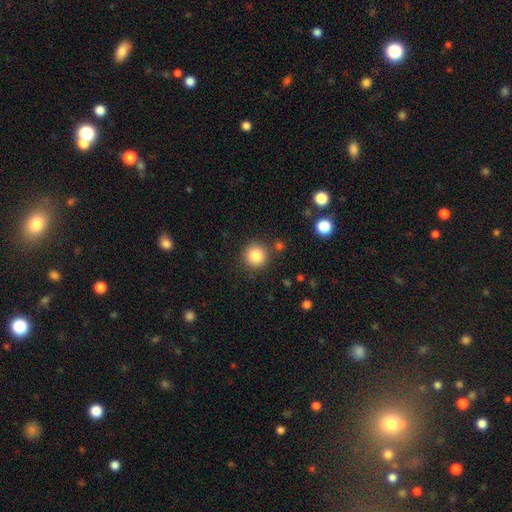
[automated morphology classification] A smooth galaxy with no disk features (84%) that is round (94%).

Vote fractions:
- Smooth or featured? smooth: 84% / star or artifact: 10% / featured or disk: 5%
- How rounded? round: 94% / in between: 5% / cigar-shaped: 1%
- Merging? none: 85% / minor disturbance: 8% / merger: 4% / major disturbance: 3%